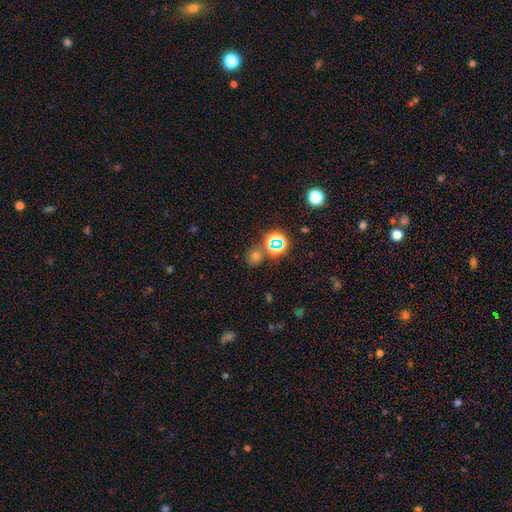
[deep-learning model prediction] Smooth or featured: smooth — 53% (star or artifact — 39%)
How rounded: round — 82% (in between — 17%)
Merging: none — 73% (merger — 15%)